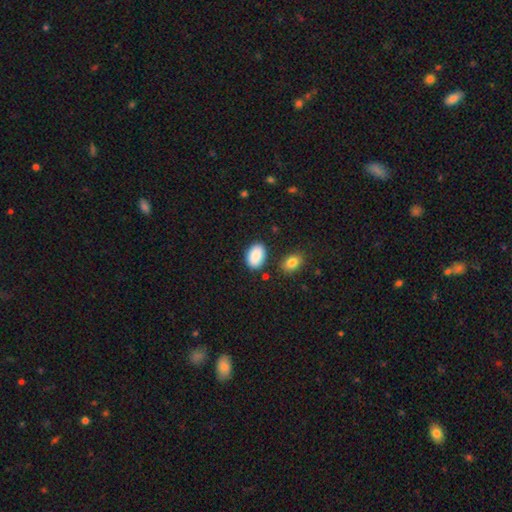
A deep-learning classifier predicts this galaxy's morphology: Smooth or featured? smooth (90%)
How rounded? in between (89%)
Merging? none (81%)